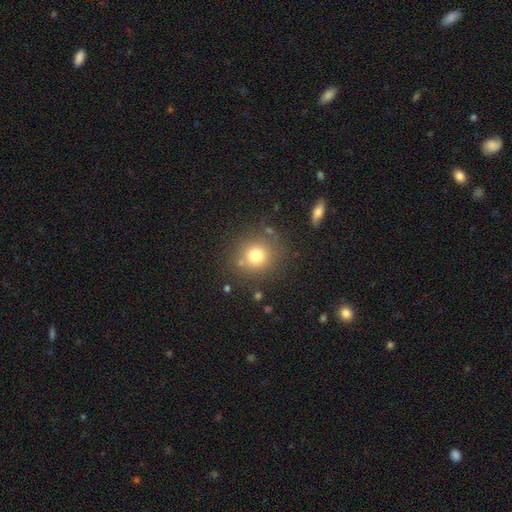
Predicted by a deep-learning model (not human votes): Smooth or featured?
  - smooth: 75% *
  - star or artifact: 14%
  - featured or disk: 11%
How rounded?
  - round: 91% *
  - in between: 8%
  - cigar-shaped: 1%
Merging?
  - none: 80% *
  - minor disturbance: 10%
  - merger: 6%
  - major disturbance: 4%